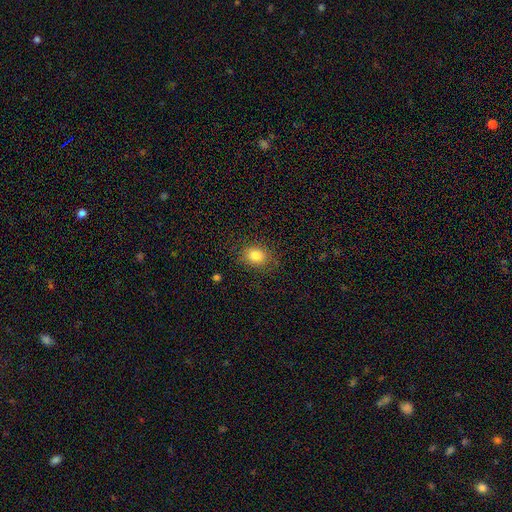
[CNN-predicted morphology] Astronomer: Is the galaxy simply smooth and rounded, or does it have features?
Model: smooth — 82%.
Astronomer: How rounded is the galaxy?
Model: in between — 50% (runner-up: round, 48%).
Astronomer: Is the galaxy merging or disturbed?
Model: none — 79%.